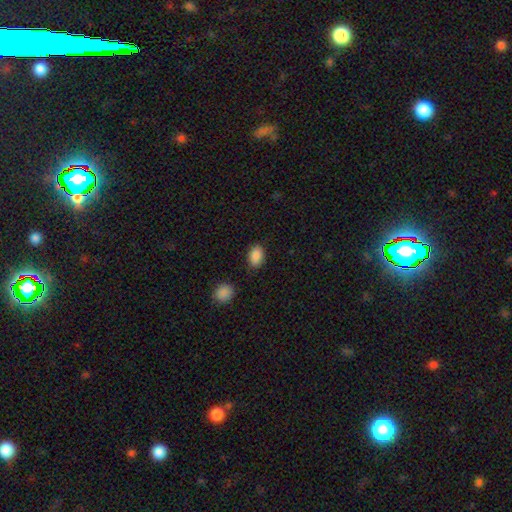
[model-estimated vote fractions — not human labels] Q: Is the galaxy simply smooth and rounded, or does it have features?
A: smooth — 88%.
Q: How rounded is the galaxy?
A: in between — 85%.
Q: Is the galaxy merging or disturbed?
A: none — 83%.